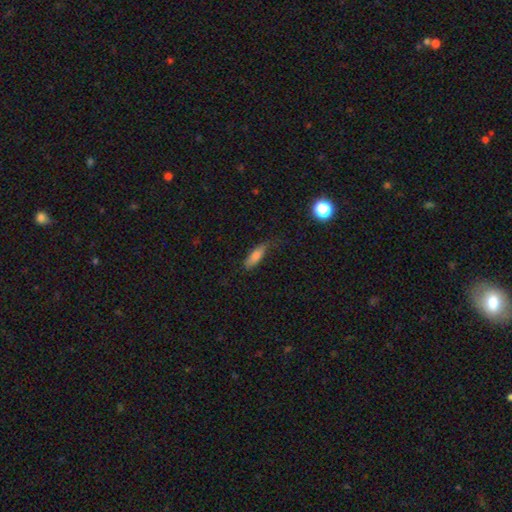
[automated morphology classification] Smooth or featured? Predicted: smooth (p=0.80). How rounded? Predicted: in between (p=0.54). Merging? Predicted: none (p=0.55).